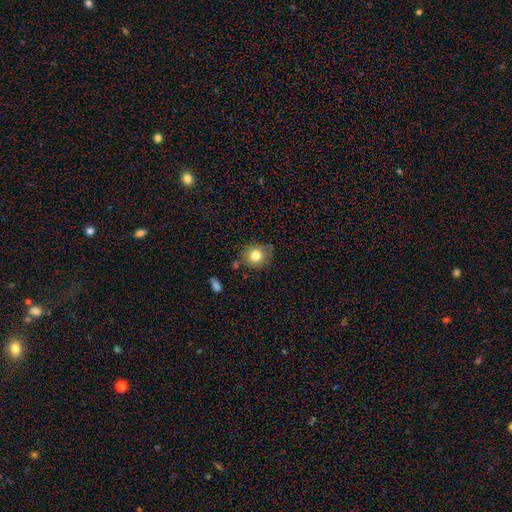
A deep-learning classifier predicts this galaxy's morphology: A smooth galaxy with no disk features (80%) that is round (81%). Merging: none (76%).